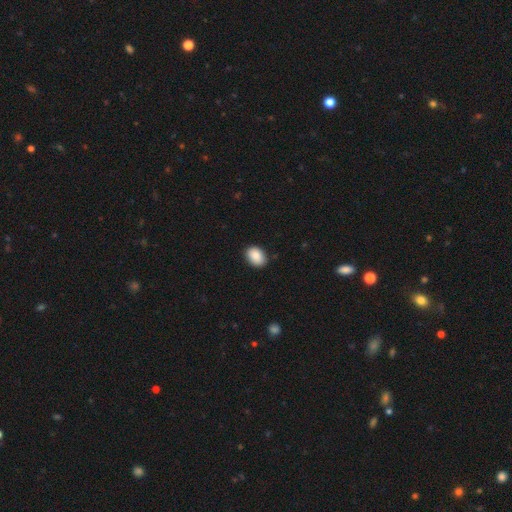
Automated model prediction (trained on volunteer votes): Morphology: type=smooth (88%); roundness=in between (78%); merging=none (86%).